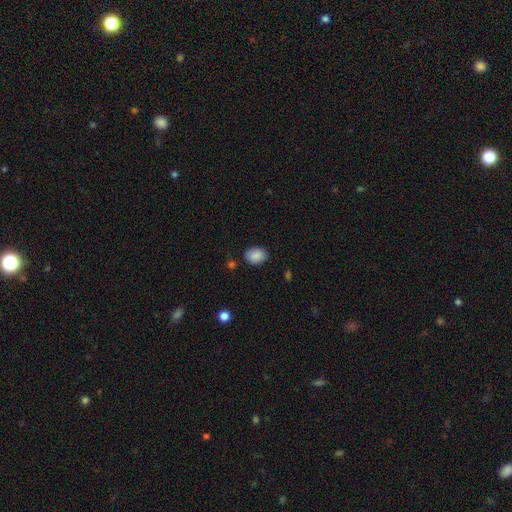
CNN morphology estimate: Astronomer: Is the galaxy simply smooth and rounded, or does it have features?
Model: smooth — 88%.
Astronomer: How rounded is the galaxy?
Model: in between — 65%.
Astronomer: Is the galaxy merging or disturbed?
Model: none — 83%.